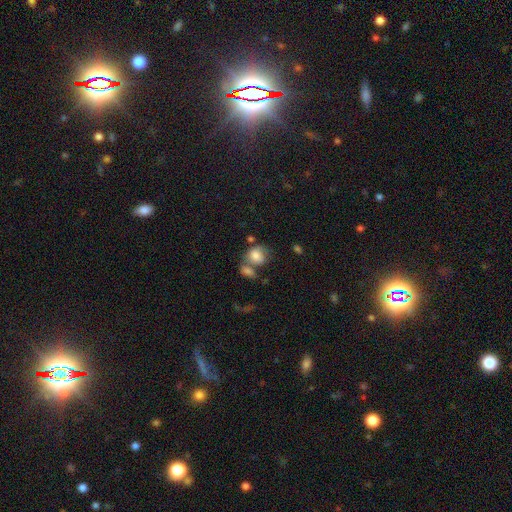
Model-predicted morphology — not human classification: Smooth or featured: smooth — 76% (featured or disk — 15%)
How rounded: round — 52% (in between — 47%)
Merging: merger — 41% (none — 33%)